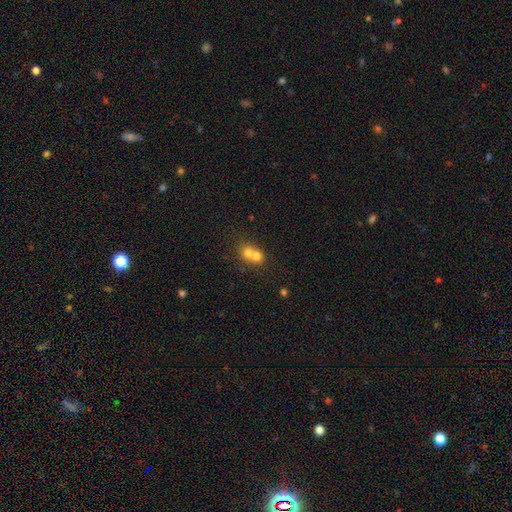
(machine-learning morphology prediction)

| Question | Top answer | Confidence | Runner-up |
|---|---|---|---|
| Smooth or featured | smooth | 69% | featured or disk (19%) |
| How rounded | round | 74% | in between (25%) |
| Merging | merger | 71% | none (23%) |